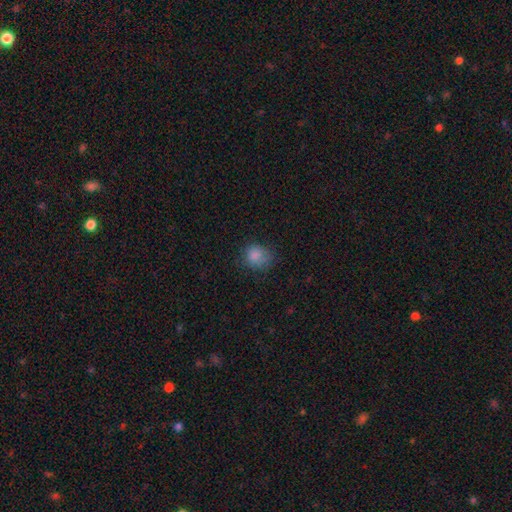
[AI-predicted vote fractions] smooth 82%, star or artifact 12%, featured or disk 7%. Down the decision tree: how rounded — round (67%); merging — none (66%).